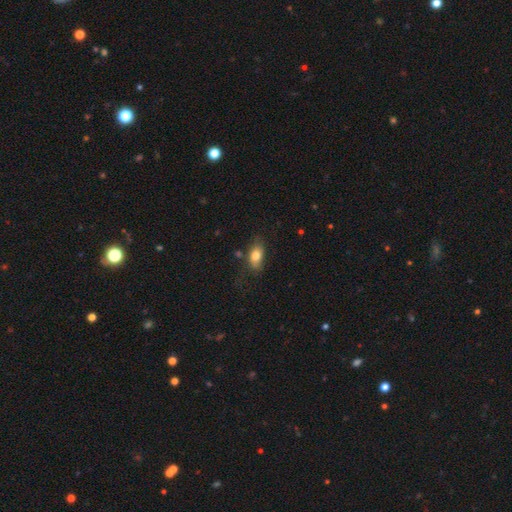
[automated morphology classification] smooth 78%, featured or disk 14%, star or artifact 8%. Down the decision tree: how rounded — in between (85%); merging — none (64%).